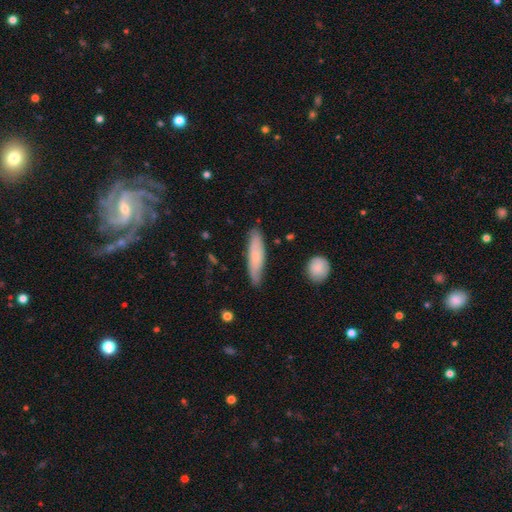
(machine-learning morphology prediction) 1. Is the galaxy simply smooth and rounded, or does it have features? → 67% smooth, 27% featured or disk, 6% star or artifact.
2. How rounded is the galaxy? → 75% cigar-shaped, 24% in between, 2% round.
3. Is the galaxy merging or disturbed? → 81% none, 15% minor disturbance, 2% major disturbance, 2% merger.